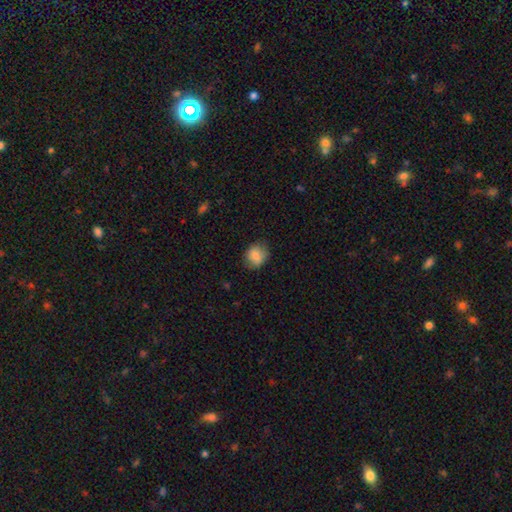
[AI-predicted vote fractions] Smooth or featured? smooth (83%)
How rounded? round (62%)
Merging? none (79%)